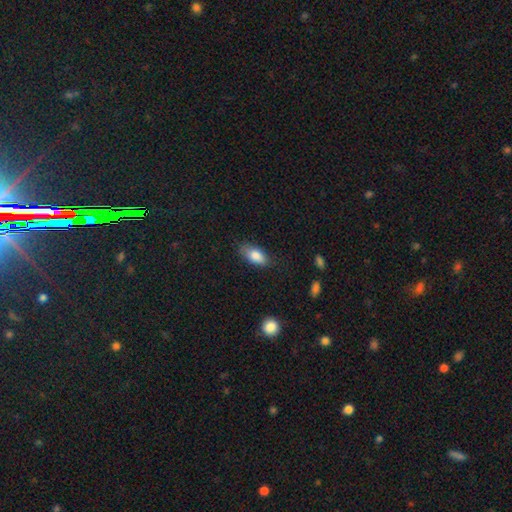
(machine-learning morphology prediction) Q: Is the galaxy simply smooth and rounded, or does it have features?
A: smooth — 82%.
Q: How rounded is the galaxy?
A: in between — 87%.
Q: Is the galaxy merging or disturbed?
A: none — 75%.